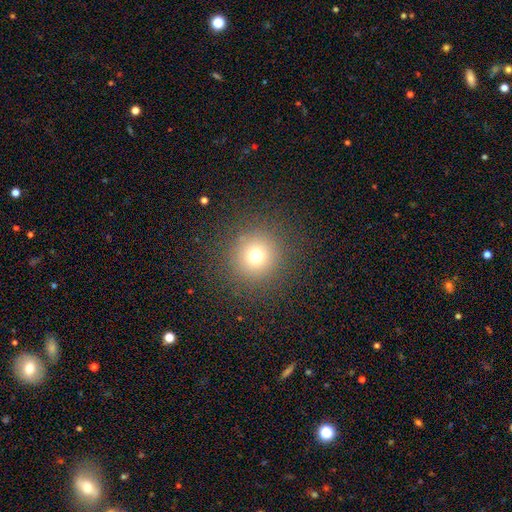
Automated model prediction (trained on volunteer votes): Smooth or featured? smooth (72%)
How rounded? round (95%)
Merging? none (88%)